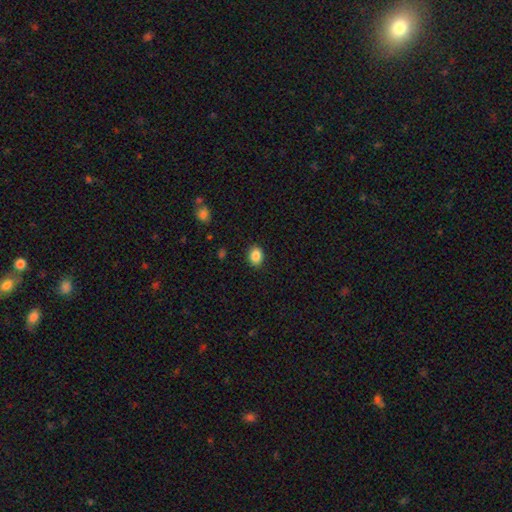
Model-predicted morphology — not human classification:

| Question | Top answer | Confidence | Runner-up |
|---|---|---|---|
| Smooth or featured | smooth | 87% | star or artifact (9%) |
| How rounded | in between | 56% | round (43%) |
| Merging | none | 89% | minor disturbance (8%) |